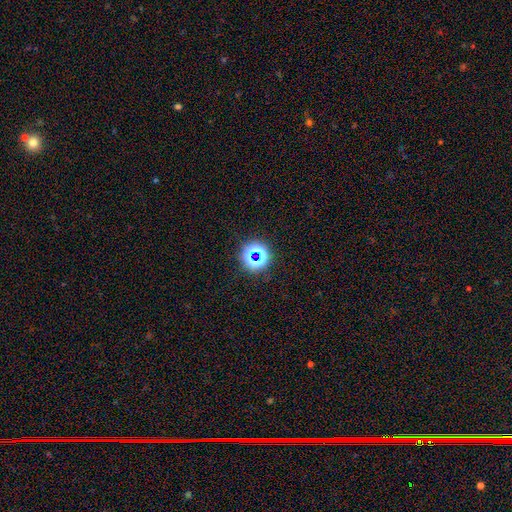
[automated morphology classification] This appears to be a star or artifact, not a galaxy (65%).